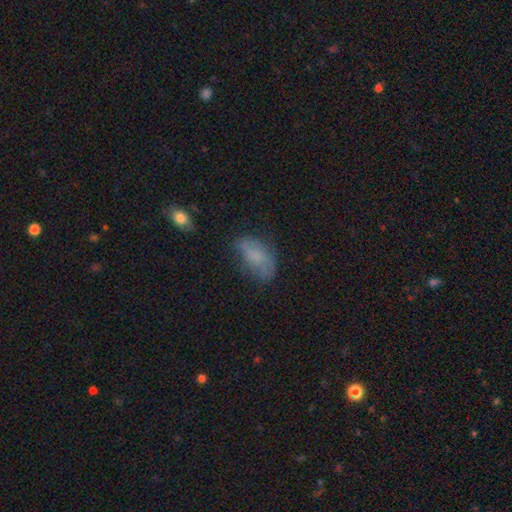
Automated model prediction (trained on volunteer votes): Smooth or featured: smooth — 69% (featured or disk — 20%)
How rounded: in between — 89% (round — 6%)
Merging: none — 47% (minor disturbance — 33%)